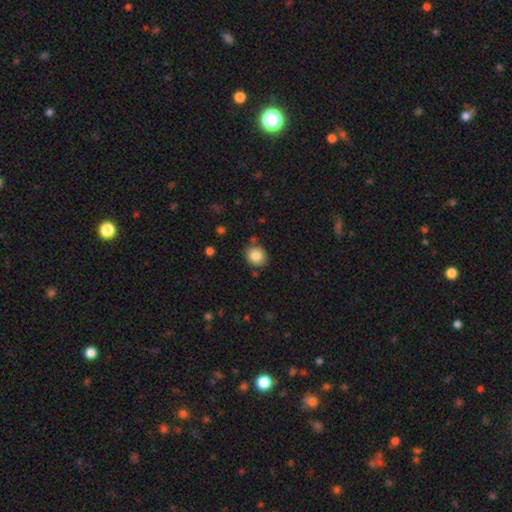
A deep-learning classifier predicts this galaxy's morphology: smooth_or_featured: smooth (p=0.85) [alt: star or artifact p=0.09]
how_rounded: round (p=0.67) [alt: in between p=0.32]
merging: none (p=0.82) [alt: minor disturbance p=0.12]